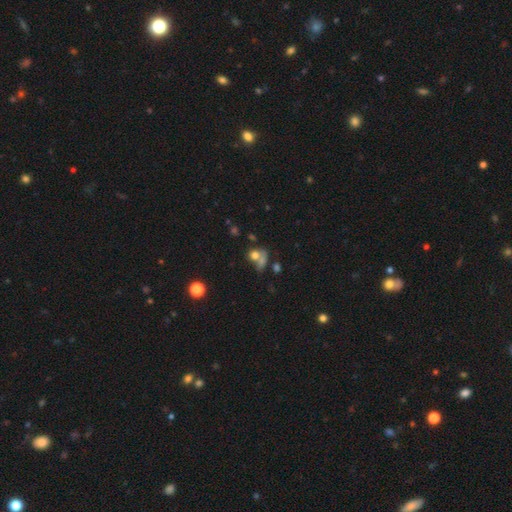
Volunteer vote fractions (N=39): Smooth or featured: smooth — 72% (featured or disk — 15%)
How rounded: round — 68% (in between — 29%)
Merging: merger — 41% (none — 38%)